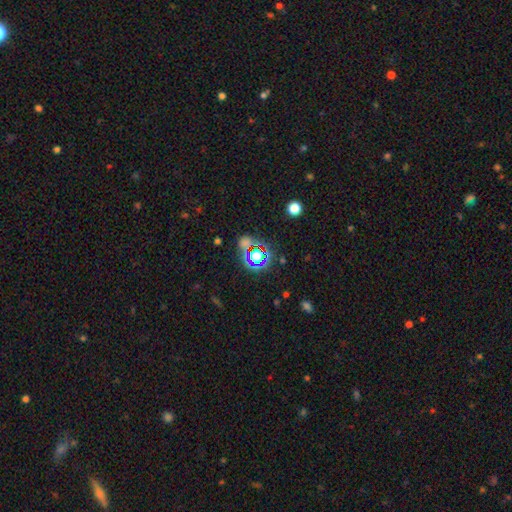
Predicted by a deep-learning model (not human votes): Smooth or featured?
  - star or artifact: 73% *
  - smooth: 17%
  - featured or disk: 10%